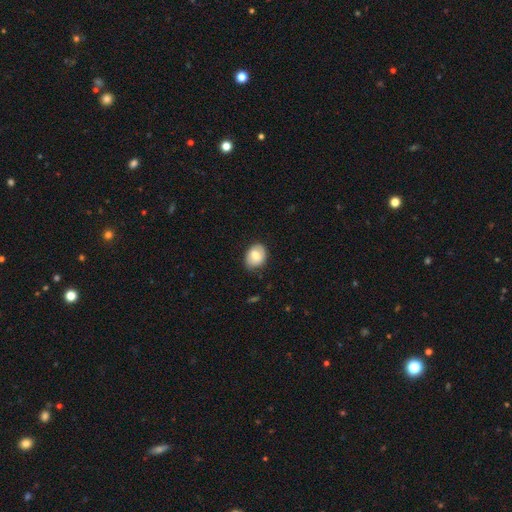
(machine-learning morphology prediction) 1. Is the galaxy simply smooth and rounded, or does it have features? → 68% smooth, 25% featured or disk, 7% star or artifact.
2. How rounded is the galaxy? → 60% in between, 39% round, 1% cigar-shaped.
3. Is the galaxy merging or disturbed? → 75% none, 20% minor disturbance, 4% major disturbance, 1% merger.